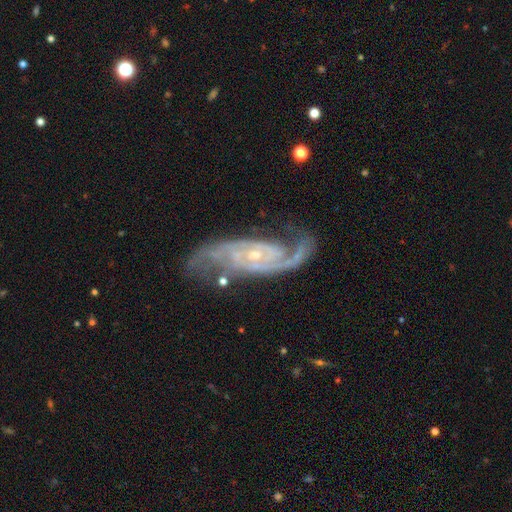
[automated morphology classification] smooth-or-featured: featured or disk: 91% | star or artifact: 5% | smooth: 4%
  disk-edge-on: no: 95% | yes: 5%
    bar: no: 61% | weak: 28% | strong: 10%
    has-spiral-arms: yes: 98% | no: 2%
      spiral-winding: medium: 48% | tight: 39% | loose: 13%
      spiral-arm-count: 2: 79% | 3: 8% | can't tell: 6% | 1: 3% | 4: 2% | more than 4: 2%
    bulge-size: small: 75% | moderate: 21% | none: 2% | large: 1% | dominant: 1%
  merging: none: 68% | minor disturbance: 19% | major disturbance: 10% | merger: 3%